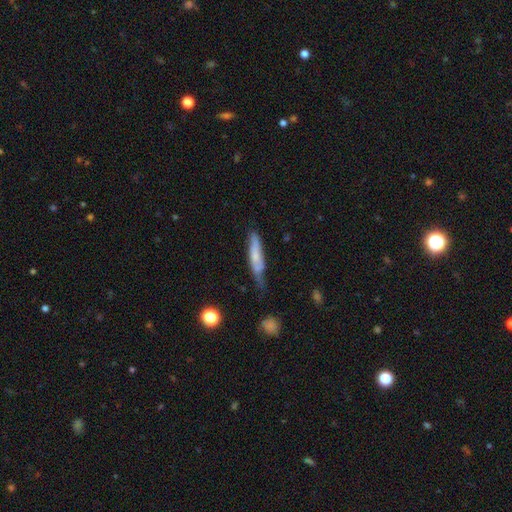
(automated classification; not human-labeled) Smooth or featured: smooth — 53% (featured or disk — 40%)
How rounded: cigar-shaped — 82% (in between — 16%)
Merging: none — 50% (minor disturbance — 34%)